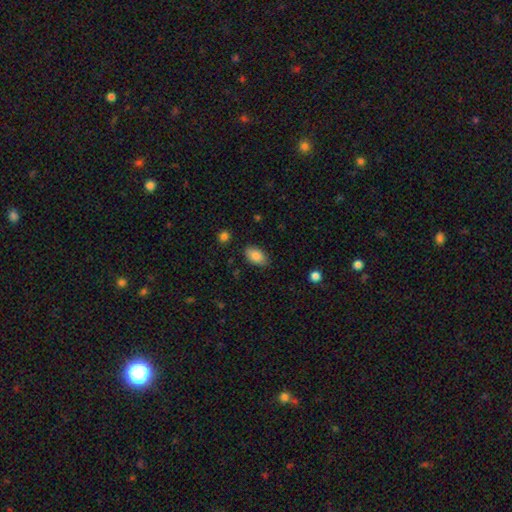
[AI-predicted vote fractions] smooth_or_featured: smooth (p=0.85) [alt: star or artifact p=0.07]
how_rounded: in between (p=0.91) [alt: round p=0.07]
merging: none (p=0.84) [alt: minor disturbance p=0.12]